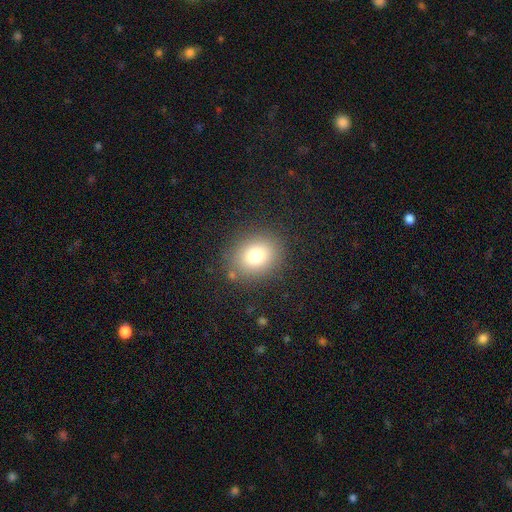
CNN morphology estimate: A smooth galaxy with no disk features (76%) that is round (66%).

Vote fractions:
- Smooth or featured? smooth: 76% / star or artifact: 13% / featured or disk: 11%
- How rounded? round: 66% / in between: 34% / cigar-shaped: 1%
- Merging? none: 85% / minor disturbance: 9% / major disturbance: 4% / merger: 2%